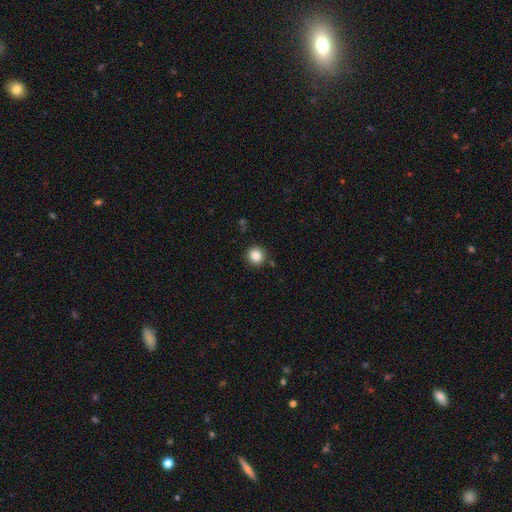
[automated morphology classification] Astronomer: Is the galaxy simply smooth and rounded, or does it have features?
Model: smooth — 85%.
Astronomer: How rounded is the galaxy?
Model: round — 94%.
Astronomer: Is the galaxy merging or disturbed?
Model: none — 89%.